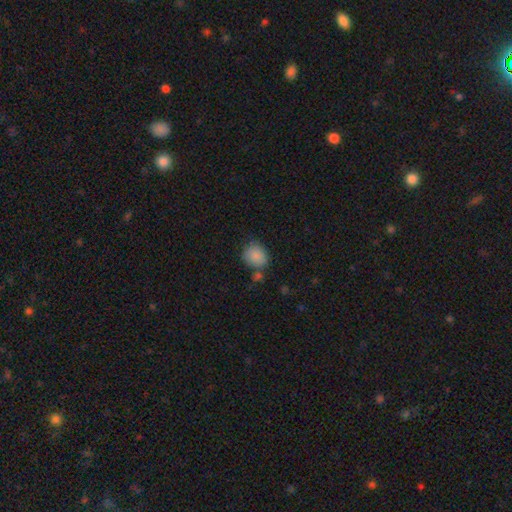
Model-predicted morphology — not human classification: smooth 86%, star or artifact 9%, featured or disk 5%. Down the decision tree: how rounded — round (68%); merging — none (67%).